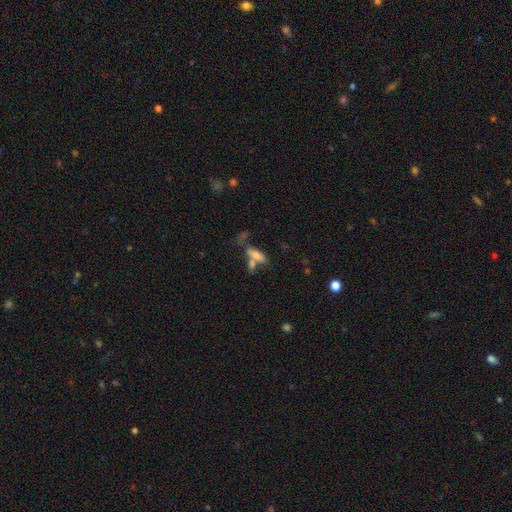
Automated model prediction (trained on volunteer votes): smooth_or_featured: smooth (p=0.62) [alt: featured or disk p=0.27]
how_rounded: in between (p=0.52) [alt: cigar-shaped p=0.44]
merging: merger (p=0.41) [alt: none p=0.36]